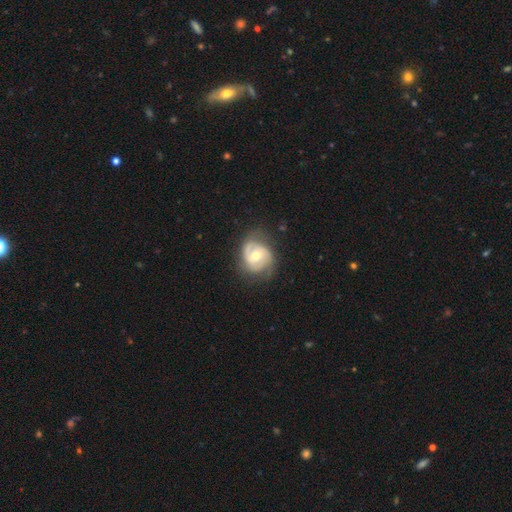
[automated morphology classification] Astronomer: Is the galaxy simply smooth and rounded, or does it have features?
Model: featured or disk — 76%.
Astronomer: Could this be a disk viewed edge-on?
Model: no — 98%.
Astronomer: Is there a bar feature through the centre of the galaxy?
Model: no — 51% (runner-up: weak, 39%).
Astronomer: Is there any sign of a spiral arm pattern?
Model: yes — 91%.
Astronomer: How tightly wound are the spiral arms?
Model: medium — 42% (runner-up: tight, 41%).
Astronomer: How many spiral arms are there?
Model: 2 — 67%.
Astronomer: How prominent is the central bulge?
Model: moderate — 66%.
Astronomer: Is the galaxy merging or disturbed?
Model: none — 66%.